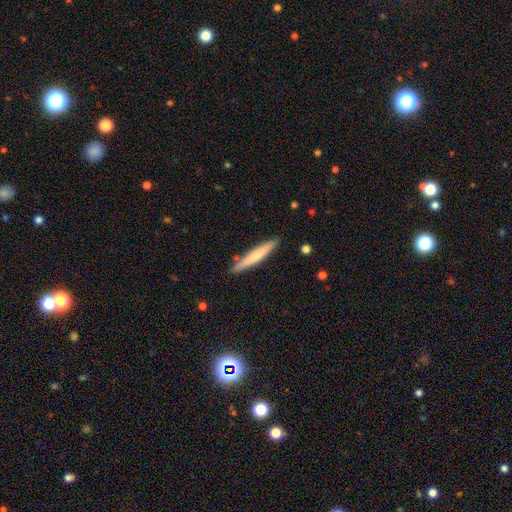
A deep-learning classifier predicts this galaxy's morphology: Q: Smooth or featured?
A: smooth (64%); runner-up: featured or disk (31%)
Q: How rounded?
A: cigar-shaped (94%); runner-up: in between (5%)
Q: Merging?
A: none (88%); runner-up: minor disturbance (9%)